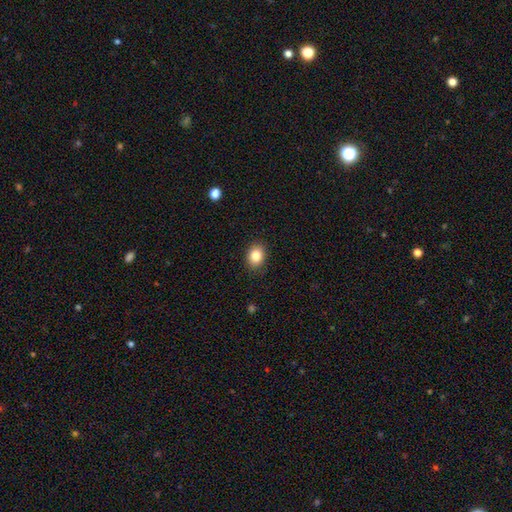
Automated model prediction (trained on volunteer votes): Q: Smooth or featured?
A: smooth (85%); runner-up: star or artifact (9%)
Q: How rounded?
A: in between (59%); runner-up: round (40%)
Q: Merging?
A: none (88%); runner-up: minor disturbance (9%)